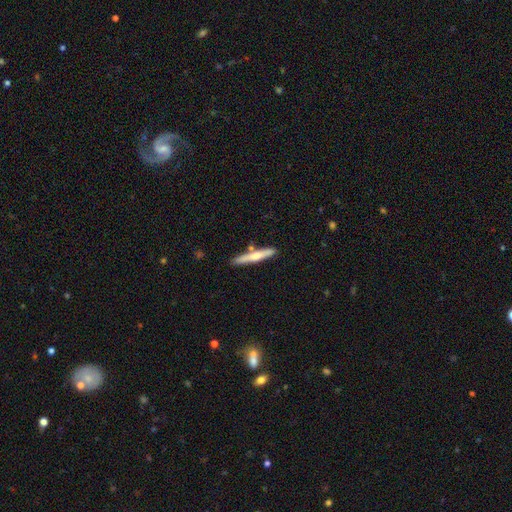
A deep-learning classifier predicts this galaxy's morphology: smooth 55%, featured or disk 40%, star or artifact 5%. Down the decision tree: how rounded — cigar-shaped (93%); merging — none (78%).